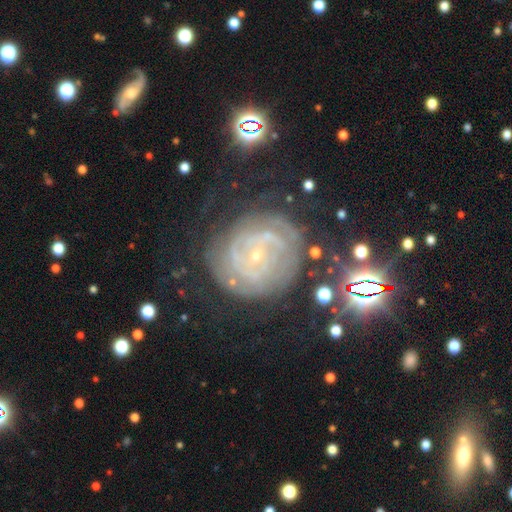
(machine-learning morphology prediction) A featured or disk galaxy (82%) with no bar (62%), tight (75%) spiral arms (93%) and a small central bulge (86%). Merging: none (69%).